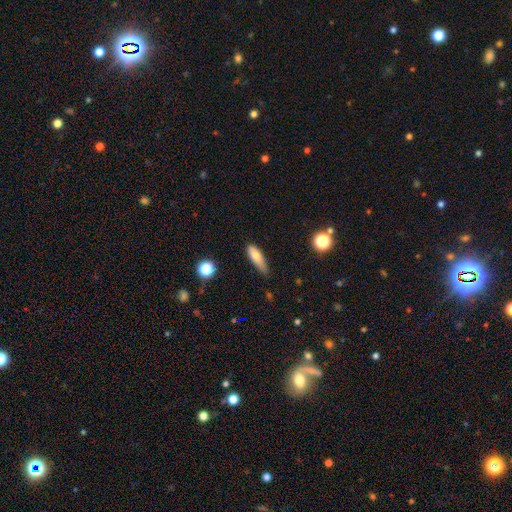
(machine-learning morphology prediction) A smooth galaxy with no disk features (77%) that is in between round and cigar-shaped (50%).

Vote fractions:
- Smooth or featured? smooth: 77% / featured or disk: 15% / star or artifact: 9%
- How rounded? in between: 50% / cigar-shaped: 47% / round: 3%
- Merging? none: 51% / minor disturbance: 38% / major disturbance: 8% / merger: 3%